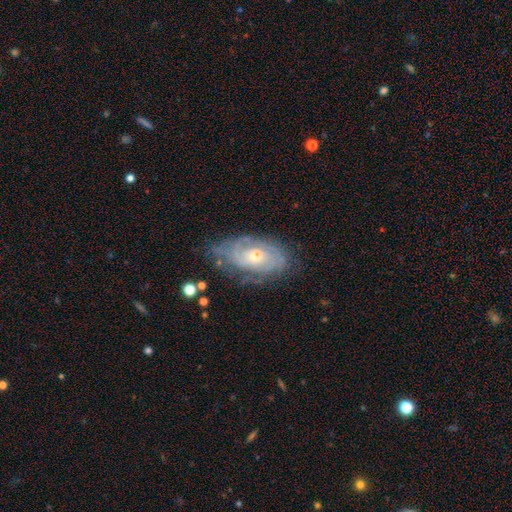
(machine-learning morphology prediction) Smooth or featured? featured or disk (77%)
Edge-on disk? no (93%)
Bar? no (75%)
Spiral arms? yes (84%)
Spiral winding? tight (68%)
Spiral arm count? can't tell (53%)
Bulge size? small (49%)
Merging? none (62%)